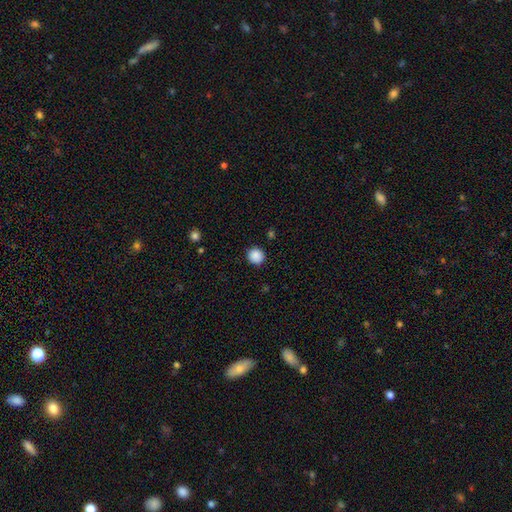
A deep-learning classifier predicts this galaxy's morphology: Smooth or featured? smooth (88%)
How rounded? round (90%)
Merging? none (90%)